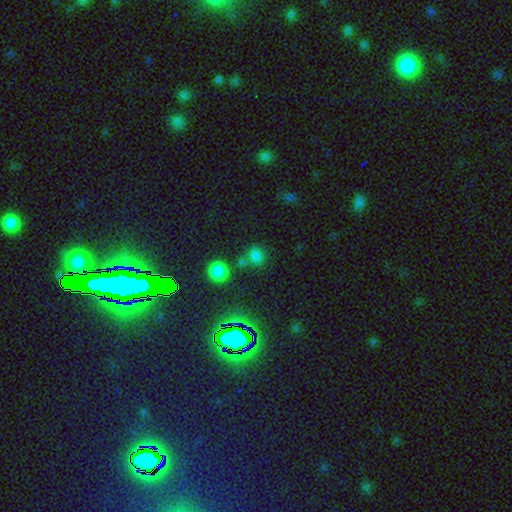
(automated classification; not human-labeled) Q: Smooth or featured?
A: smooth (67%); runner-up: star or artifact (27%)
Q: How rounded?
A: round (79%); runner-up: in between (19%)
Q: Merging?
A: none (70%); runner-up: merger (15%)